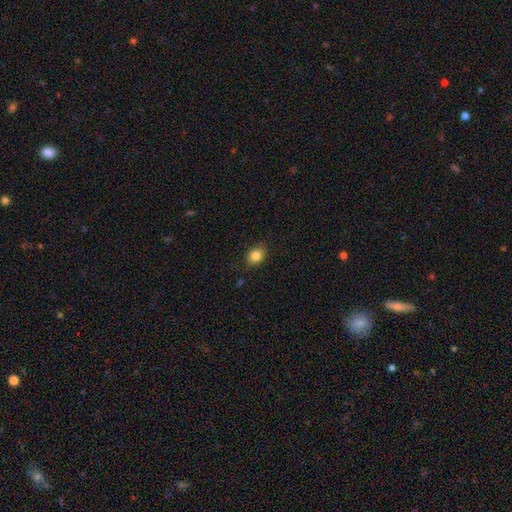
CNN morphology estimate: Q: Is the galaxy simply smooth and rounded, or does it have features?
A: smooth — 84%.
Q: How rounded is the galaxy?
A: round — 52%.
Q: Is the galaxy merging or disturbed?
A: none — 81%.